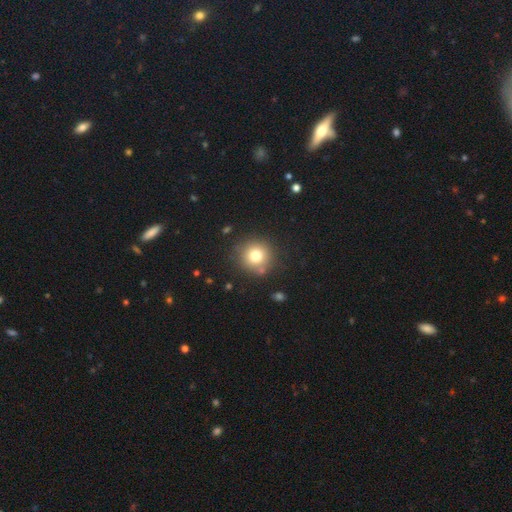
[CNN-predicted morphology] Smooth or featured?
  - smooth: 77% *
  - star or artifact: 12%
  - featured or disk: 11%
How rounded?
  - round: 93% *
  - in between: 6%
  - cigar-shaped: 1%
Merging?
  - none: 84% *
  - minor disturbance: 9%
  - merger: 4%
  - major disturbance: 3%